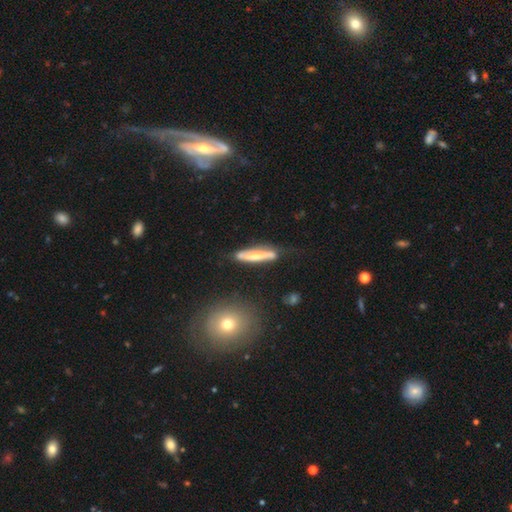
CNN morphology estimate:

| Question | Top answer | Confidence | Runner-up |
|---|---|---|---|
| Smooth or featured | featured or disk | 53% | smooth (41%) |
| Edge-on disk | yes | 71% | no (29%) |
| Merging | none | 64% | minor disturbance (23%) |